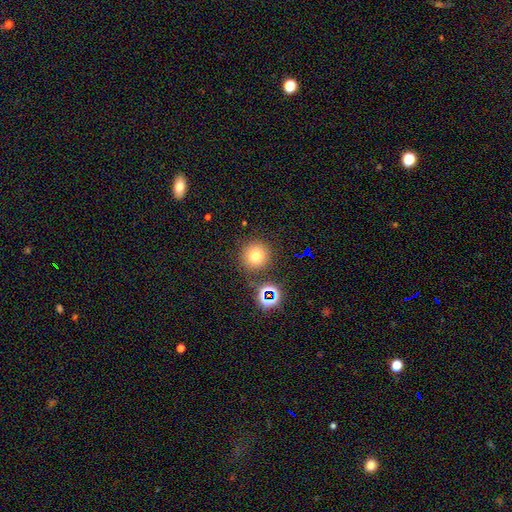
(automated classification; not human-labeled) smooth 72%, star or artifact 20%, featured or disk 9%. Down the decision tree: how rounded — round (94%); merging — none (84%).